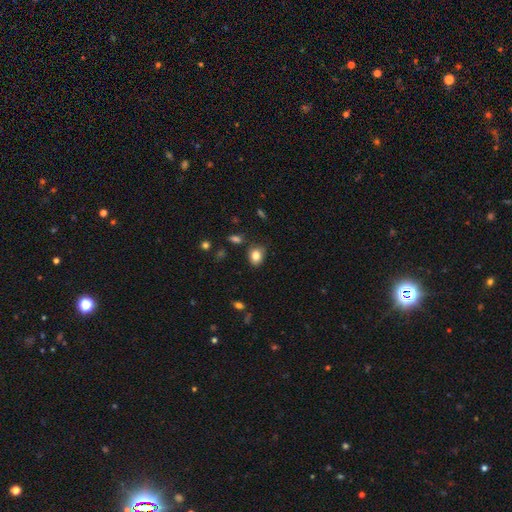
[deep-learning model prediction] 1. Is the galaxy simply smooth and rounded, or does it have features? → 83% smooth, 10% star or artifact, 7% featured or disk.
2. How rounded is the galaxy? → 58% in between, 41% round, 1% cigar-shaped.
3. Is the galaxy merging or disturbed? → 78% none, 16% minor disturbance, 3% major disturbance, 3% merger.